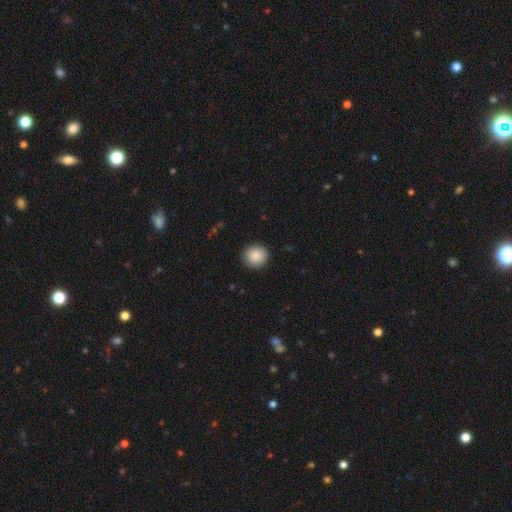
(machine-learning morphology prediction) Smooth or featured?
  - smooth: 89% *
  - star or artifact: 8%
  - featured or disk: 4%
How rounded?
  - round: 89% *
  - in between: 10%
  - cigar-shaped: 1%
Merging?
  - none: 90% *
  - minor disturbance: 7%
  - major disturbance: 2%
  - merger: 1%